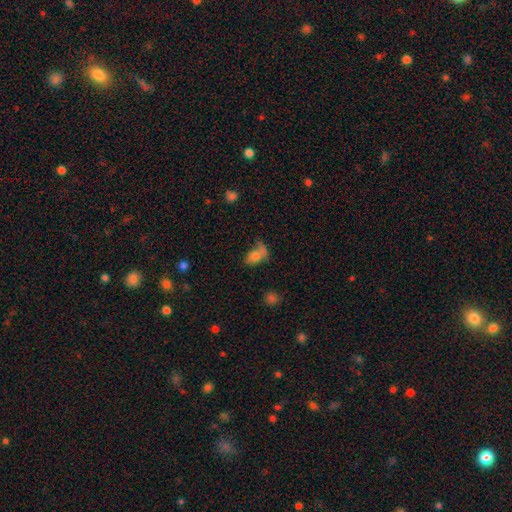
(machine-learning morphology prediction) The model was most divided on "merging": none: 31%, merger: 26%, minor disturbance: 22%, major disturbance: 21%. More confident: how rounded — in between (75%); smooth or featured — smooth (72%).